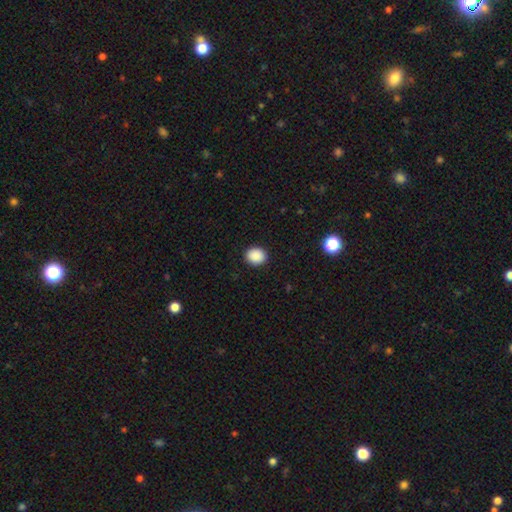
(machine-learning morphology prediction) smooth 90%, star or artifact 8%, featured or disk 2%. Down the decision tree: how rounded — round (61%); merging — none (91%).